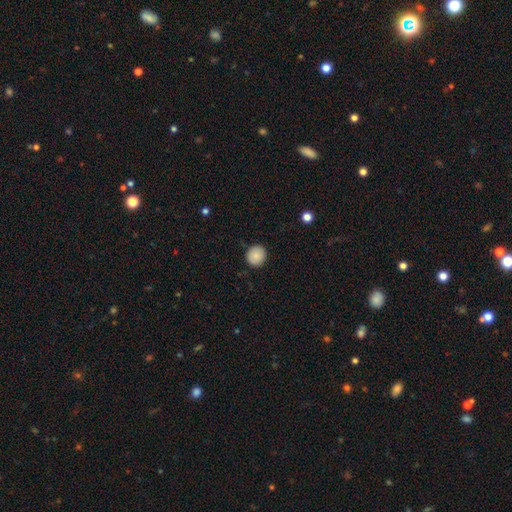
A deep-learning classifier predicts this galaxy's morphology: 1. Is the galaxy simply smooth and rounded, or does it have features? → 87% smooth, 8% star or artifact, 5% featured or disk.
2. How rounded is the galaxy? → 90% round, 9% in between, 1% cigar-shaped.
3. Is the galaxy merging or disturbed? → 89% none, 8% minor disturbance, 2% major disturbance, 1% merger.